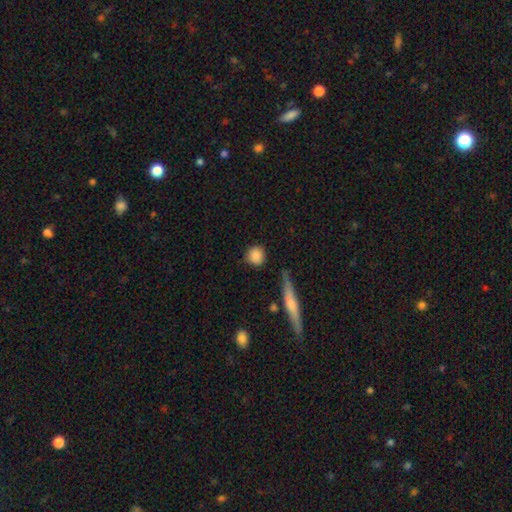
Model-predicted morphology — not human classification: This appears to be a smooth galaxy with no disk features (85%) that is round (89%). Merging: none (80%).